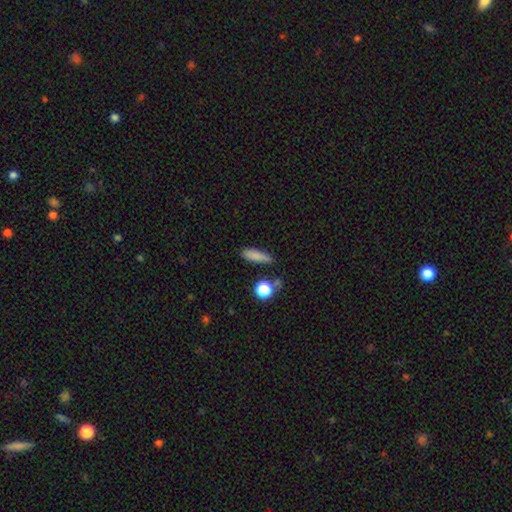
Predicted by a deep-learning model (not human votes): This is clearly a smooth galaxy (82%). How rounded: possibly cigar-shaped (57%). Merging: likely none (76%).